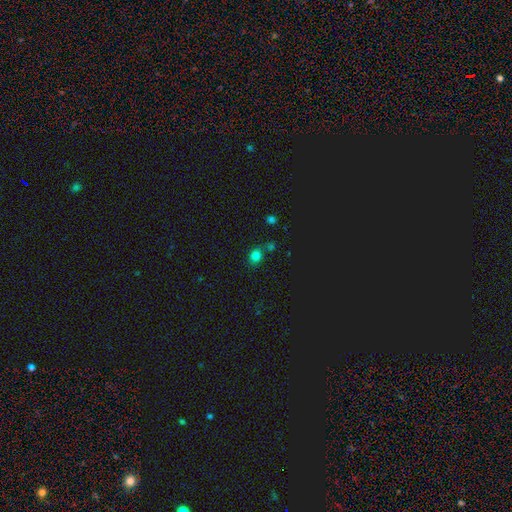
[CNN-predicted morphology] Smooth or featured? Predicted: smooth (p=0.76). How rounded? Predicted: round (p=0.68). Merging? Predicted: none (p=0.68).